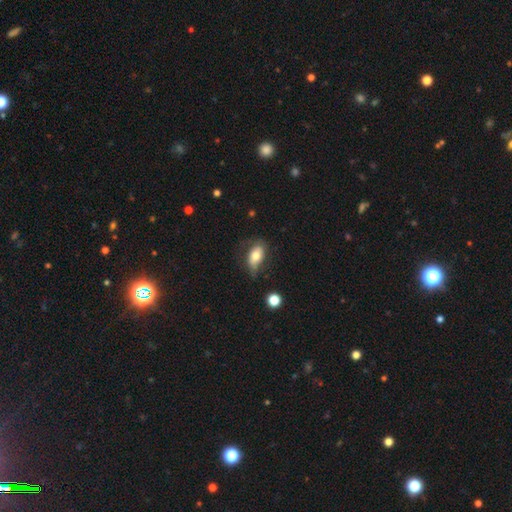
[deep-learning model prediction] Q: Smooth or featured?
A: smooth (66%); runner-up: featured or disk (27%)
Q: How rounded?
A: in between (89%); runner-up: round (7%)
Q: Merging?
A: none (49%); runner-up: minor disturbance (32%)